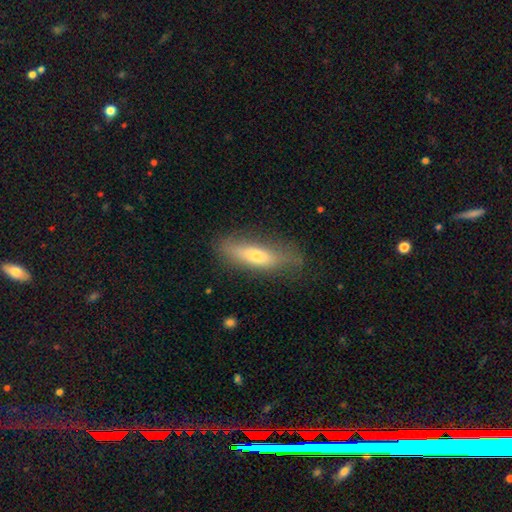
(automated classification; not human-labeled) This is likely a smooth galaxy (61%). How rounded: possibly cigar-shaped (59%). Merging: likely none (65%).